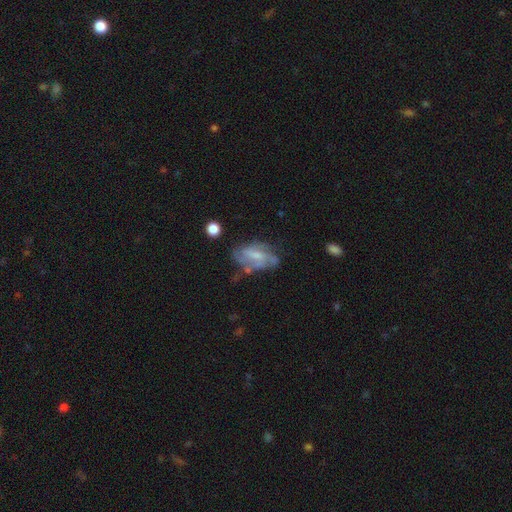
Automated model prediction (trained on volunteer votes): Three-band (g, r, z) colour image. It shows a featured or disk galaxy (65%) with a weak bar (44%), spiral arms (70%) and a small central bulge (37%). Merging: none (48%).